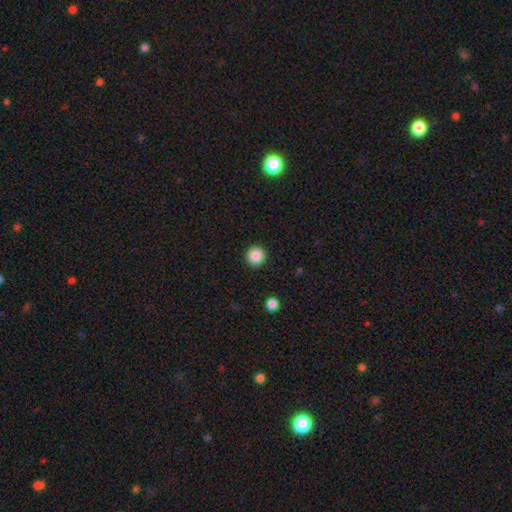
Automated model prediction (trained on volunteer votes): This is clearly a smooth galaxy (87%). How rounded: clearly round (96%). Merging: clearly none (93%).